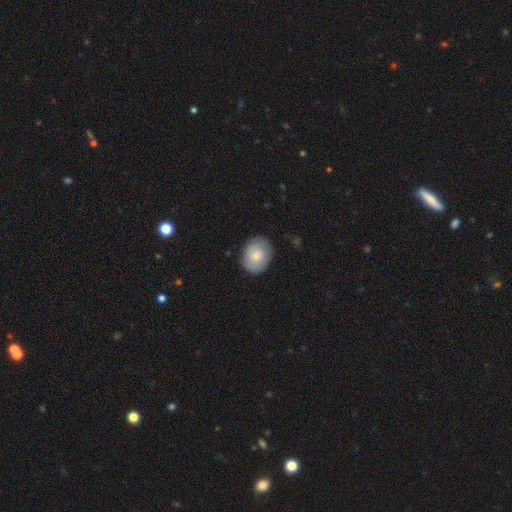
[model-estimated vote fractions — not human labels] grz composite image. It shows a smooth galaxy with no disk features (73%) that is round (51%). Merging: none (80%).